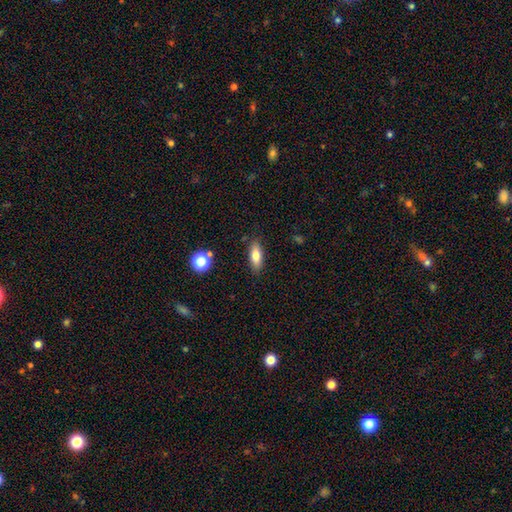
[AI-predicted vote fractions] This appears to be a smooth galaxy with no disk features (77%) that is in between round and cigar-shaped (70%). Merging: none (85%).